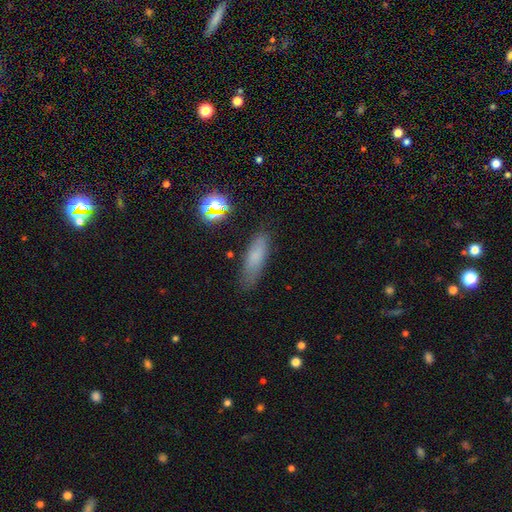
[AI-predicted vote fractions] smooth_or_featured: smooth (p=0.73) [alt: featured or disk p=0.14]
how_rounded: cigar-shaped (p=0.52) [alt: in between p=0.45]
merging: none (p=0.77) [alt: minor disturbance p=0.16]